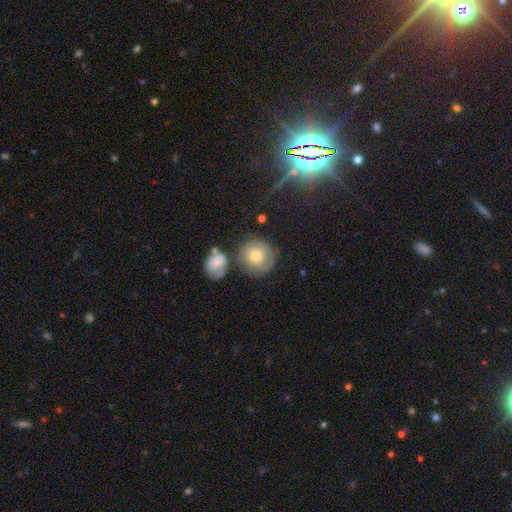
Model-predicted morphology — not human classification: Smooth or featured?
  - smooth: 58% *
  - featured or disk: 33%
  - star or artifact: 9%
How rounded?
  - round: 88% *
  - in between: 11%
  - cigar-shaped: 1%
Merging?
  - none: 65% *
  - minor disturbance: 17%
  - merger: 11%
  - major disturbance: 7%